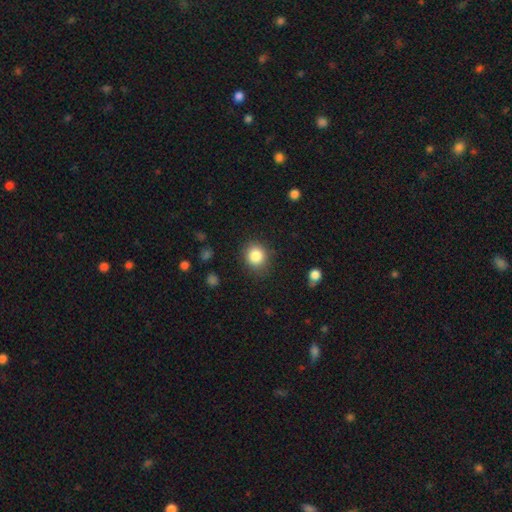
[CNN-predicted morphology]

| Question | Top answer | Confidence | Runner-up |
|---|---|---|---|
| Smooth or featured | smooth | 85% | star or artifact (10%) |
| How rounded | round | 82% | in between (17%) |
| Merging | none | 85% | minor disturbance (10%) |